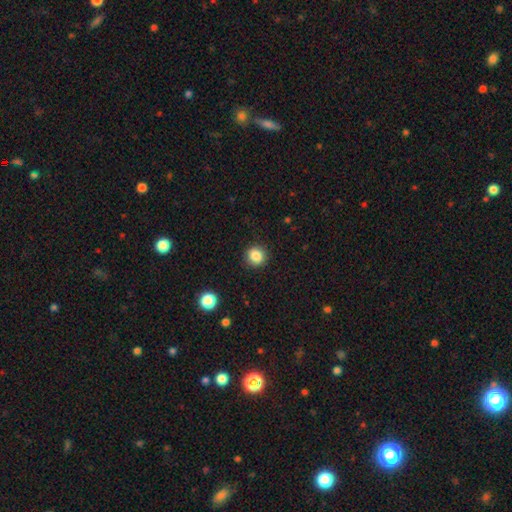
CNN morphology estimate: A smooth galaxy with no disk features (85%) that is round (90%).

Vote fractions:
- Smooth or featured? smooth: 85% / star or artifact: 10% / featured or disk: 5%
- How rounded? round: 90% / in between: 9% / cigar-shaped: 1%
- Merging? none: 90% / minor disturbance: 7% / major disturbance: 2% / merger: 1%